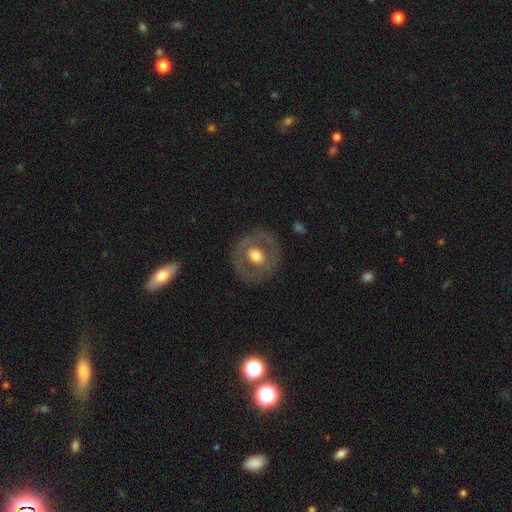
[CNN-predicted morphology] A featured or disk galaxy (50%). Merging: none (83%).